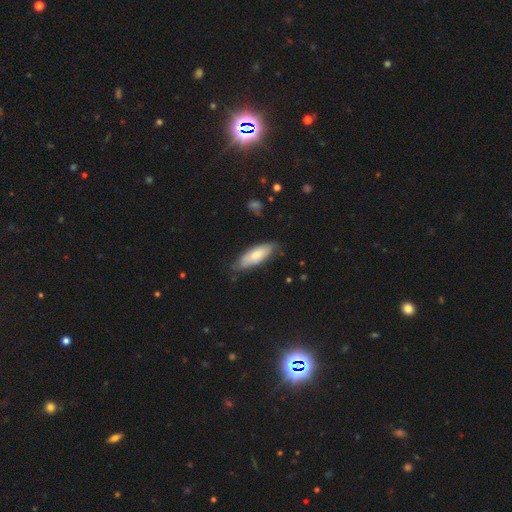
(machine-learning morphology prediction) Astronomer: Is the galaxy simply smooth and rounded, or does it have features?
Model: smooth — 70%.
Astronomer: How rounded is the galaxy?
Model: in between — 65%.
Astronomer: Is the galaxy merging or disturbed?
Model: none — 70%.